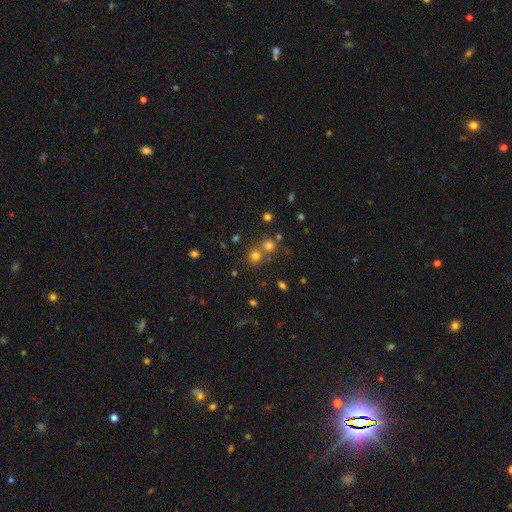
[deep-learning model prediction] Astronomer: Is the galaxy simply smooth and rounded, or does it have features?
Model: smooth — 67%.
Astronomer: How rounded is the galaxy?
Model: round — 90%.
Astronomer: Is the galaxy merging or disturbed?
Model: none — 64%.